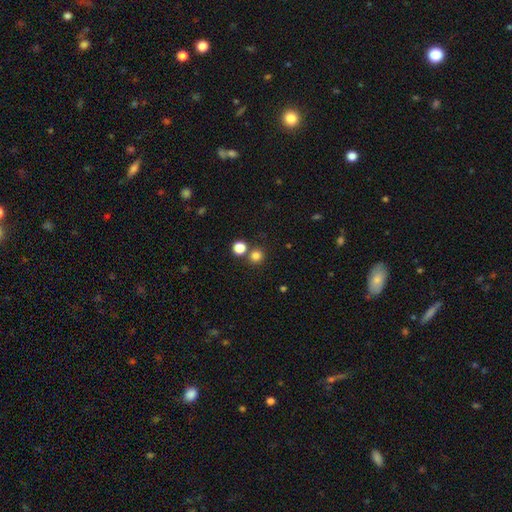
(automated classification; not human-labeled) Morphology: type=smooth (80%); roundness=round (91%); merging=none (72%).